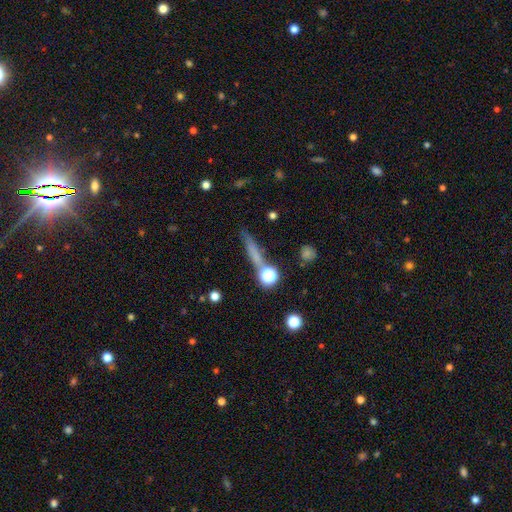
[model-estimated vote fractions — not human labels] Smooth or featured? Predicted: smooth (p=0.56). How rounded? Predicted: cigar-shaped (p=0.78). Merging? Predicted: none (p=0.70).